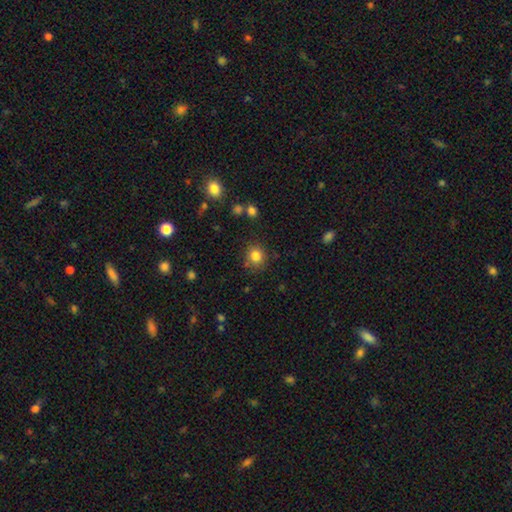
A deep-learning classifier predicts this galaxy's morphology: The model was most divided on "smooth or featured": smooth: 82%, star or artifact: 12%, featured or disk: 6%. More confident: how rounded — round (86%); merging — none (83%).